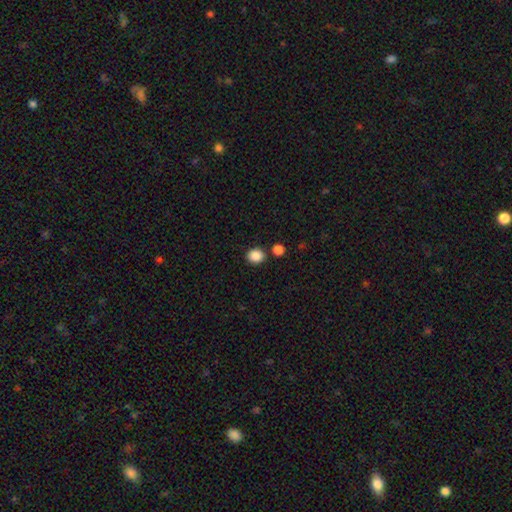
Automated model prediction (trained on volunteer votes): Morphology: type=smooth (88%); roundness=round (72%); merging=none (82%).